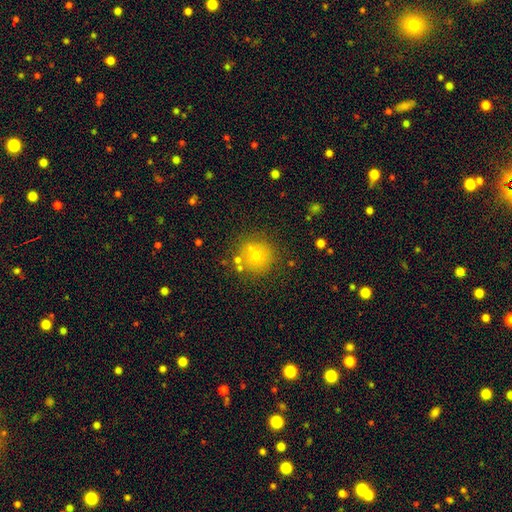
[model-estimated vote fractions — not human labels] A smooth galaxy with no disk features (68%) that is round (94%). Merging: none (78%).